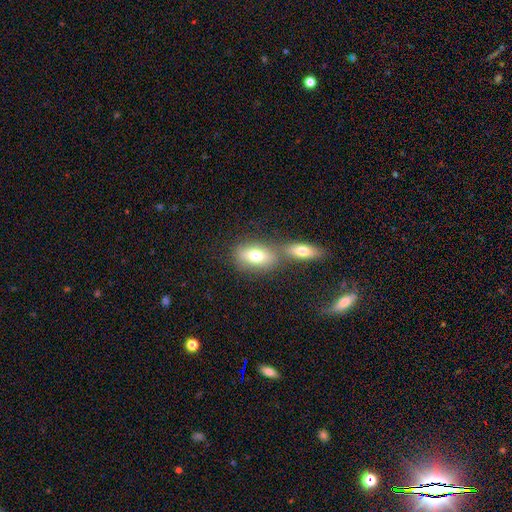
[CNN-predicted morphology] Overall: smooth (73%). How rounded: in between (83%). Merging: none (47%; merger 39%).